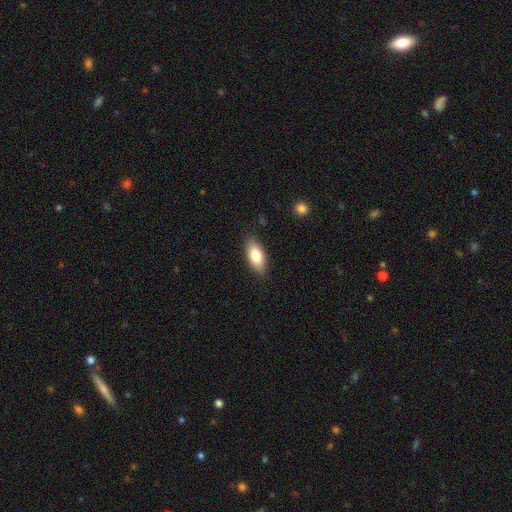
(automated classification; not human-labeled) This appears to be a smooth galaxy with no disk features (80%) that is in between round and cigar-shaped (86%). Merging: none (86%).